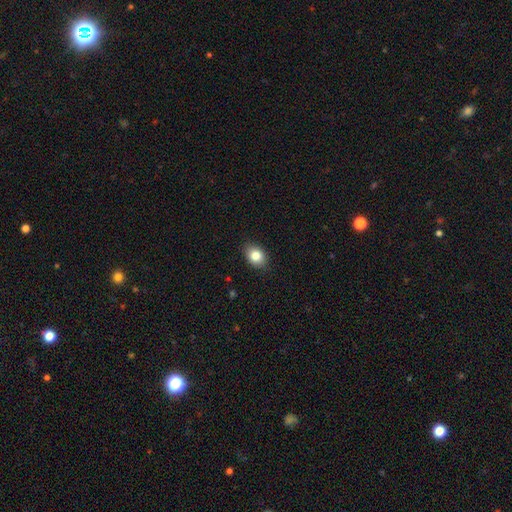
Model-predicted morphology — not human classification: Smooth or featured: smooth — 83% (star or artifact — 9%)
How rounded: in between — 63% (round — 36%)
Merging: none — 88% (minor disturbance — 9%)